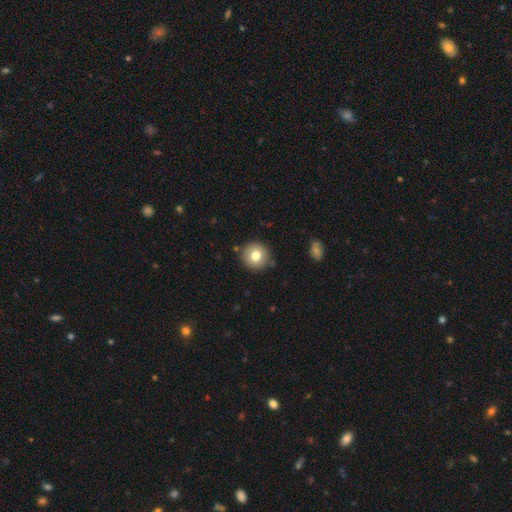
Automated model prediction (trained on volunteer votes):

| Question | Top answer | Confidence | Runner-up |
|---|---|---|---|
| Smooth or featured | smooth | 77% | featured or disk (13%) |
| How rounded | round | 94% | in between (5%) |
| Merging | none | 88% | minor disturbance (8%) |